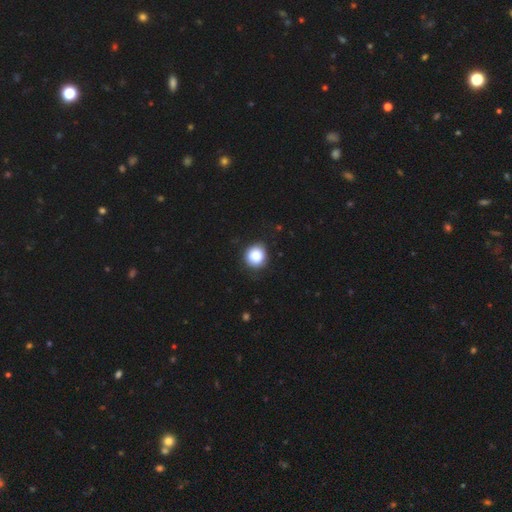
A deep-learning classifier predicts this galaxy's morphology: This is clearly a smooth galaxy (87%). How rounded: clearly round (89%). Merging: clearly none (86%).